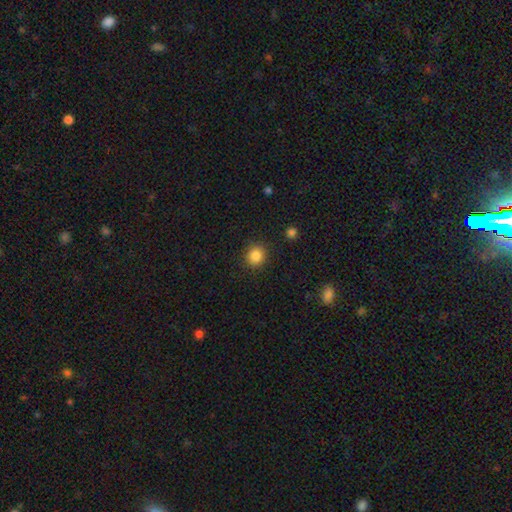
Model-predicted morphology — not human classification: This is clearly a smooth galaxy (86%). How rounded: clearly round (86%). Merging: clearly none (89%).